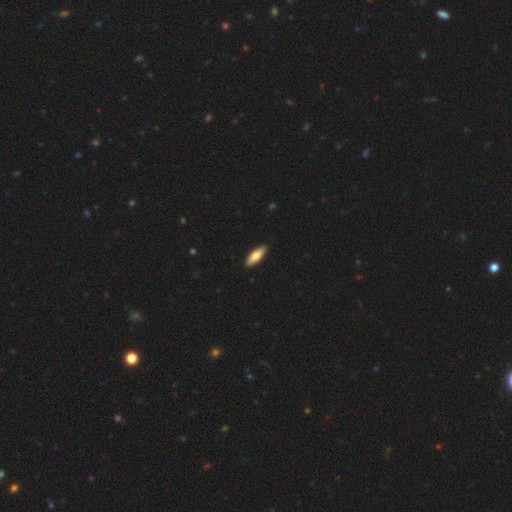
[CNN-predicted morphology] This appears to be a smooth galaxy with no disk features (75%) that is in between round and cigar-shaped (53%). Merging: none (91%).